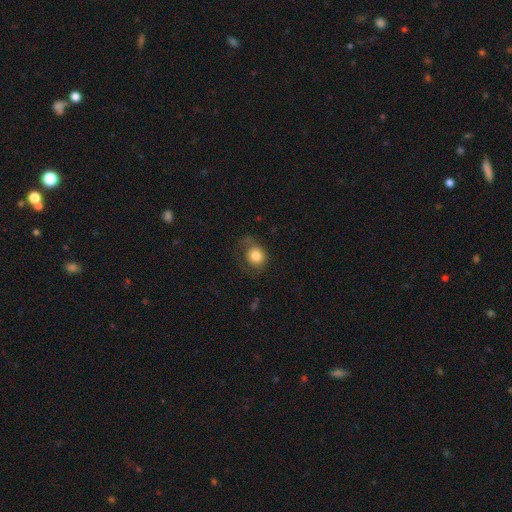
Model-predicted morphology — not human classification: Overall: smooth (78%). How rounded: round (71%). Merging: none (49%; minor disturbance 26%).